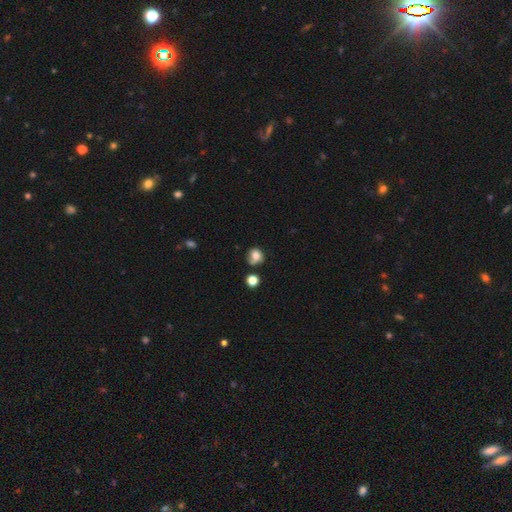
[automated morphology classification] smooth_or_featured: smooth (p=0.72) [alt: featured or disk p=0.17]
how_rounded: round (p=0.74) [alt: in between p=0.25]
merging: none (p=0.53) [alt: minor disturbance p=0.24]